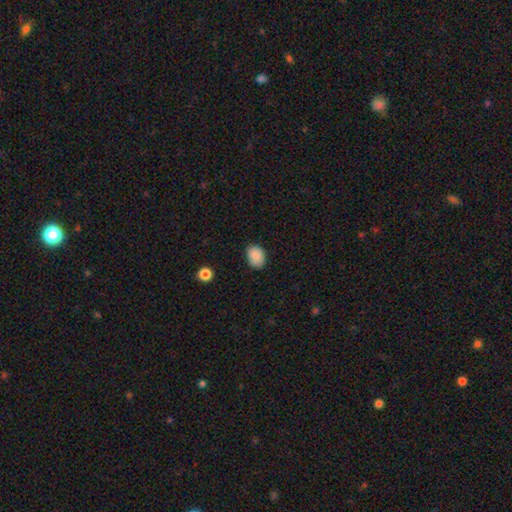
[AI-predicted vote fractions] smooth-or-featured: smooth: 85% | star or artifact: 8% | featured or disk: 7%
  how-rounded: in between: 68% | round: 32% | cigar-shaped: 1%
  merging: none: 79% | minor disturbance: 17% | major disturbance: 3% | merger: 1%